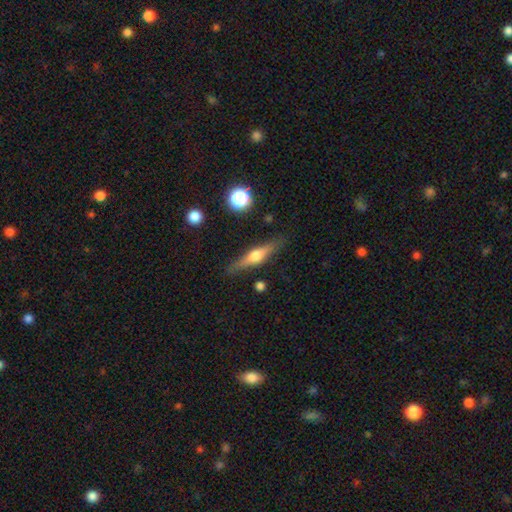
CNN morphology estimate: featured or disk 62%, smooth 32%, star or artifact 7%. Down the decision tree: edge-on disk — yes (95%); edge-on bulge — rounded (93%); merging — none (86%).